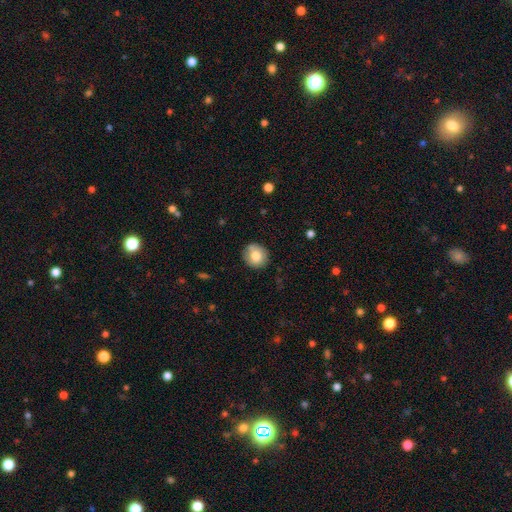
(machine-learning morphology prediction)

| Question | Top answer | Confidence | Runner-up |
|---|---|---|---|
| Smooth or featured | smooth | 78% | featured or disk (14%) |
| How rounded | round | 90% | in between (9%) |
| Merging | none | 83% | minor disturbance (12%) |